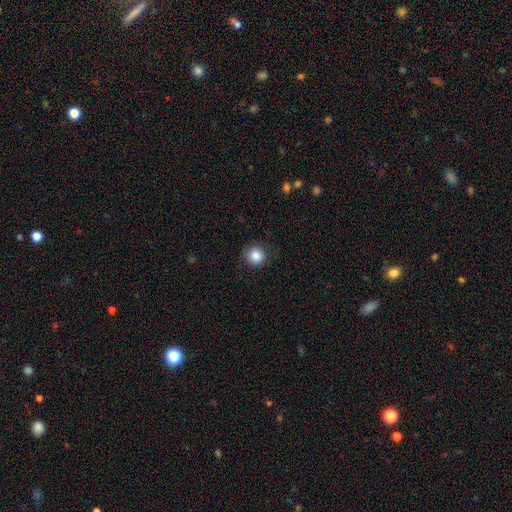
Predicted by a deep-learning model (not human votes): Smooth or featured?
  - smooth: 85% *
  - star or artifact: 10%
  - featured or disk: 5%
How rounded?
  - round: 90% *
  - in between: 9%
  - cigar-shaped: 1%
Merging?
  - none: 86% *
  - minor disturbance: 10%
  - major disturbance: 3%
  - merger: 1%